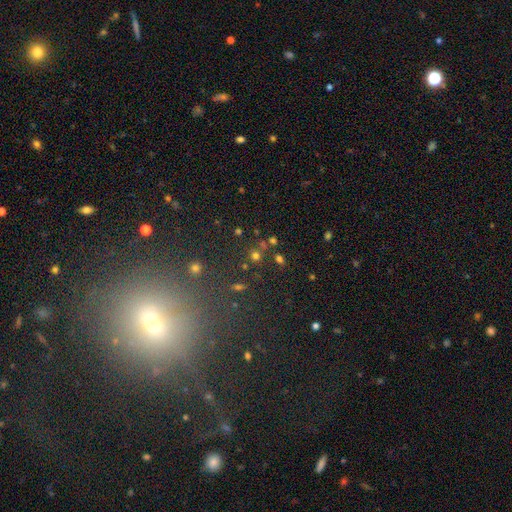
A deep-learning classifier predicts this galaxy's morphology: Smooth or featured: smooth — 63% (star or artifact — 29%)
How rounded: round — 86% (in between — 13%)
Merging: none — 74% (merger — 13%)